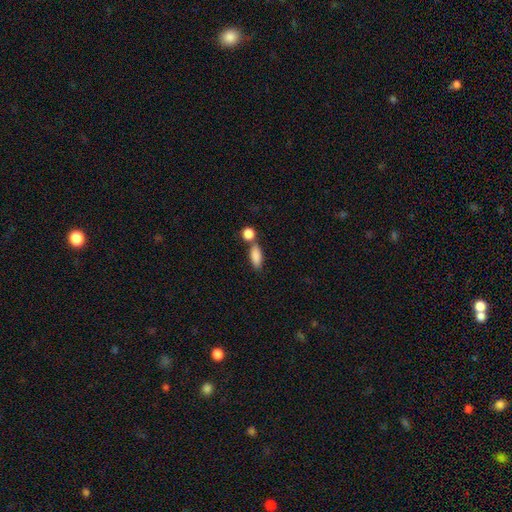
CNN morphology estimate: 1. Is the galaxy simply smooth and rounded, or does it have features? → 86% smooth, 7% star or artifact, 6% featured or disk.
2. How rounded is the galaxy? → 79% in between, 15% cigar-shaped, 6% round.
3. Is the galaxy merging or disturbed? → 51% none, 33% merger, 12% minor disturbance, 4% major disturbance.